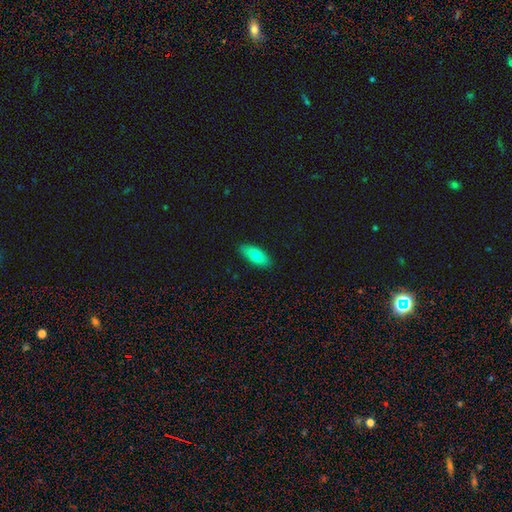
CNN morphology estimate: Smooth or featured? smooth (78%)
How rounded? in between (83%)
Merging? none (89%)